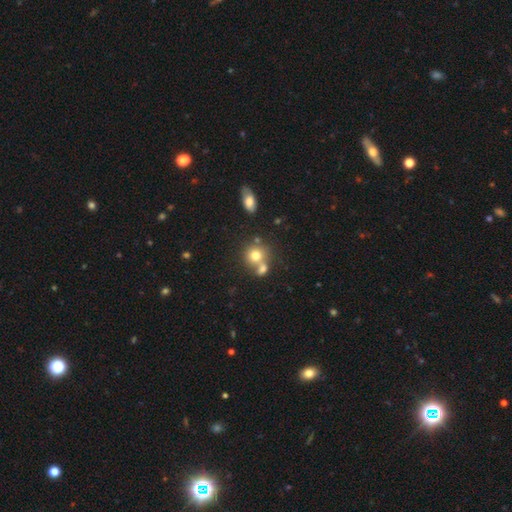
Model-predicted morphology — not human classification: Smooth or featured: smooth — 74% (featured or disk — 14%)
How rounded: round — 80% (in between — 19%)
Merging: merger — 44% (tied with none — 44%)